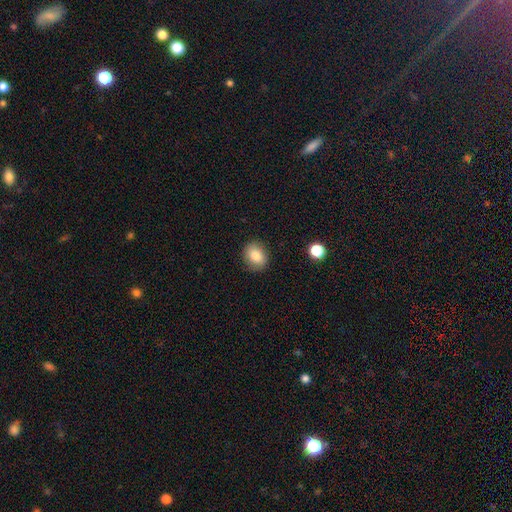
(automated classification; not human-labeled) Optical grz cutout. It shows a smooth galaxy with no disk features (82%) that is round (57%). Merging: none (86%).